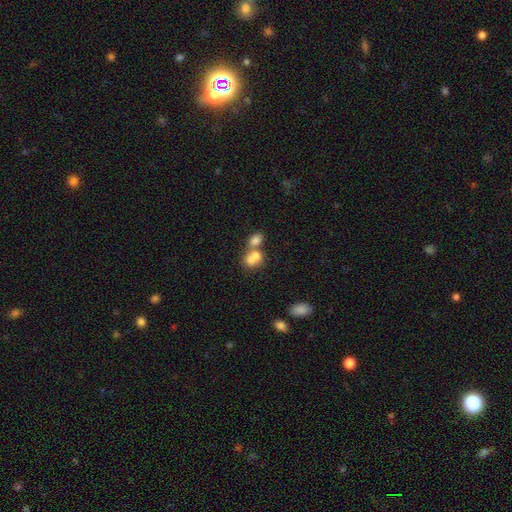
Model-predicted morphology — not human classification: Smooth or featured? smooth (73%)
How rounded? in between (55%)
Merging? merger (70%)